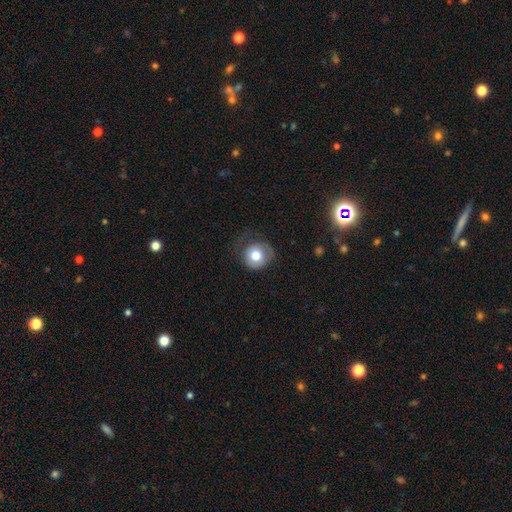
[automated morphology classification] Q: Smooth or featured?
A: smooth (73%); runner-up: featured or disk (18%)
Q: How rounded?
A: round (86%); runner-up: in between (14%)
Q: Merging?
A: none (55%); runner-up: minor disturbance (26%)